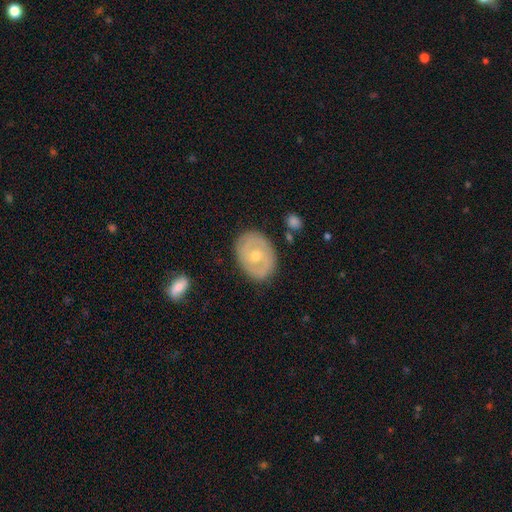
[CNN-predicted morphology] Smooth or featured?
  - featured or disk: 62% *
  - smooth: 33%
  - star or artifact: 6%
Edge-on disk?
  - no: 95% *
  - yes: 5%
Bar?
  - no: 70% *
  - weak: 24%
  - strong: 6%
Spiral arms?
  - yes: 55% *
  - no: 45%
Bulge size?
  - moderate: 63% *
  - small: 33%
  - large: 2%
  - none: 1%
  - dominant: 1%
Merging?
  - none: 82% *
  - minor disturbance: 13%
  - major disturbance: 3%
  - merger: 2%